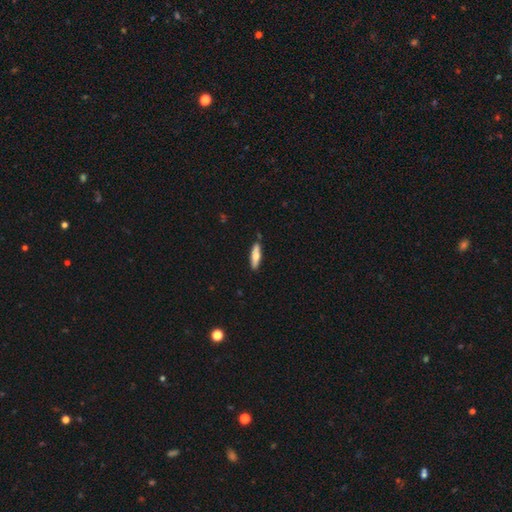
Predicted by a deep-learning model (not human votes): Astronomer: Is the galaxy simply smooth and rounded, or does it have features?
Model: smooth — 63%.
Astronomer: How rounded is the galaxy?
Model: cigar-shaped — 62%.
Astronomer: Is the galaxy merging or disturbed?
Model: none — 87%.